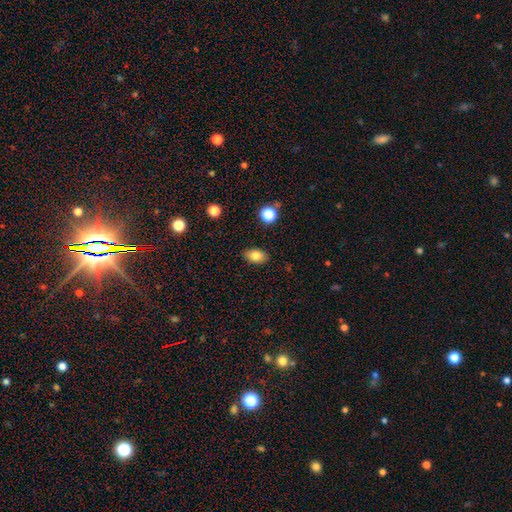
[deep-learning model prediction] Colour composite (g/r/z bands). It shows a smooth galaxy with no disk features (81%) that is in between round and cigar-shaped (87%). Merging: none (87%).